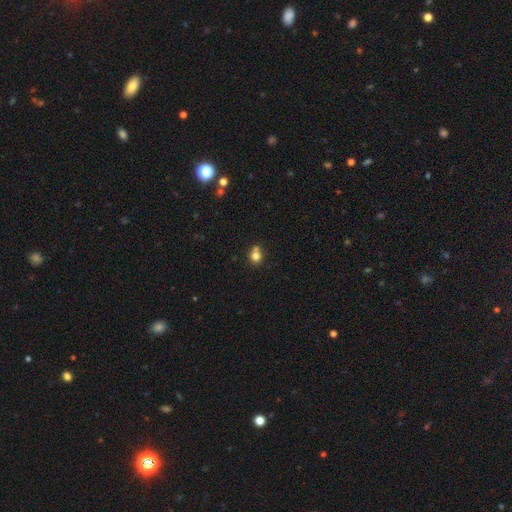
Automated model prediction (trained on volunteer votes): Smooth or featured?
  - smooth: 79% *
  - star or artifact: 12%
  - featured or disk: 9%
How rounded?
  - round: 80% *
  - in between: 19%
  - cigar-shaped: 1%
Merging?
  - none: 54% *
  - merger: 29%
  - minor disturbance: 13%
  - major disturbance: 4%